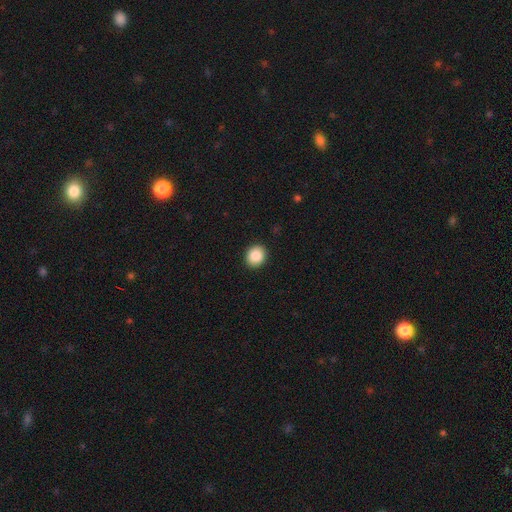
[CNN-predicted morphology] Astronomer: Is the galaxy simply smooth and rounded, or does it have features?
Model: smooth — 88%.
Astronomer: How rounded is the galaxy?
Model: round — 71%.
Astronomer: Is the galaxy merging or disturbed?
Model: none — 92%.